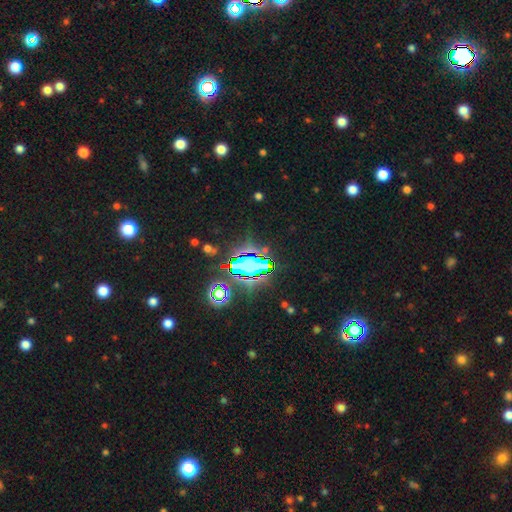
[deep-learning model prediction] smooth-or-featured: star or artifact: 74% | smooth: 15% | featured or disk: 11%